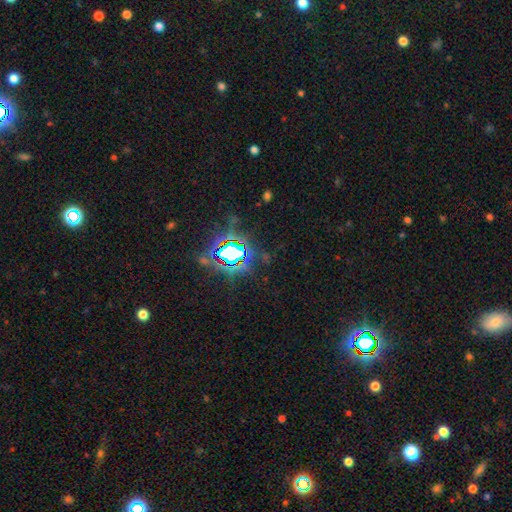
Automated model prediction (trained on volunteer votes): Smooth or featured? Predicted: star or artifact (p=0.83).